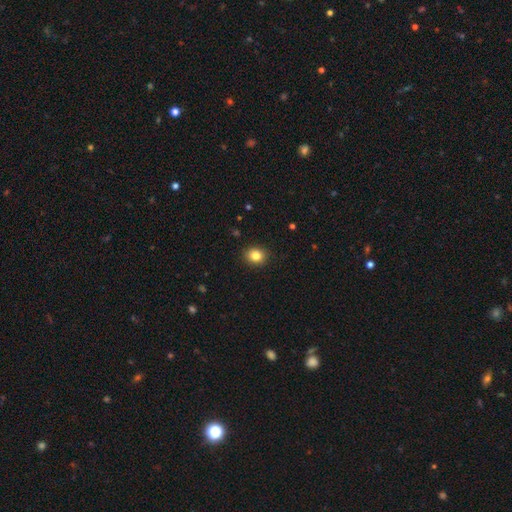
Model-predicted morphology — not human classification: smooth-or-featured: smooth: 83% | star or artifact: 10% | featured or disk: 6%
  how-rounded: round: 69% | in between: 30% | cigar-shaped: 1%
  merging: none: 90% | minor disturbance: 7% | major disturbance: 2% | merger: 1%